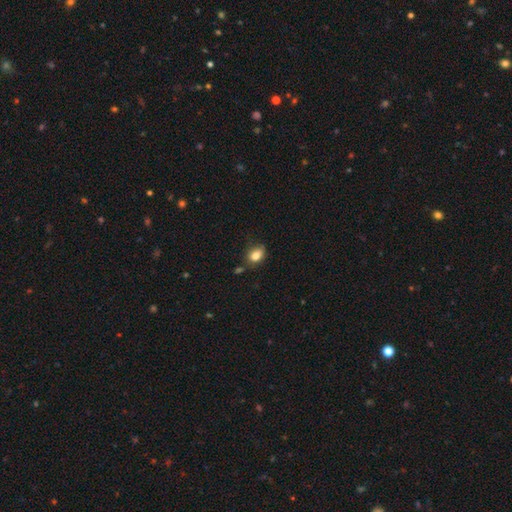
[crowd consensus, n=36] This is clearly a smooth galaxy (86%). How rounded: likely in between (77%). Merging: possibly none (59%).